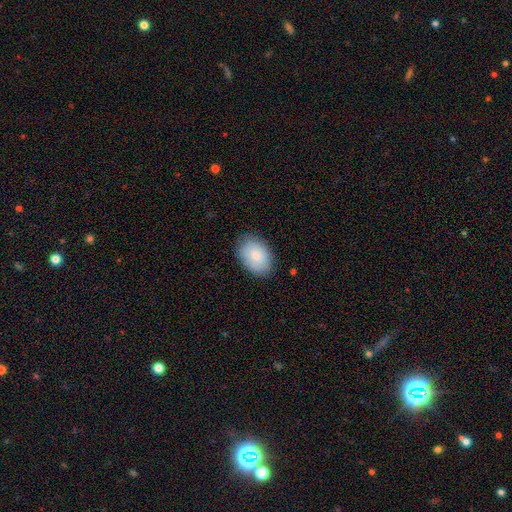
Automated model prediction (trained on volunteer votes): Q: Smooth or featured?
A: smooth (85%); runner-up: featured or disk (9%)
Q: How rounded?
A: in between (85%); runner-up: round (14%)
Q: Merging?
A: none (84%); runner-up: minor disturbance (13%)